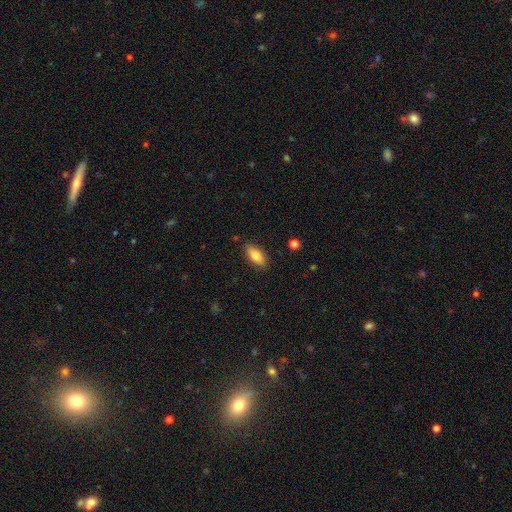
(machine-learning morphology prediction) Smooth or featured?
  - smooth: 82% *
  - featured or disk: 11%
  - star or artifact: 7%
How rounded?
  - in between: 81% *
  - cigar-shaped: 17%
  - round: 2%
Merging?
  - none: 84% *
  - minor disturbance: 12%
  - major disturbance: 2%
  - merger: 1%